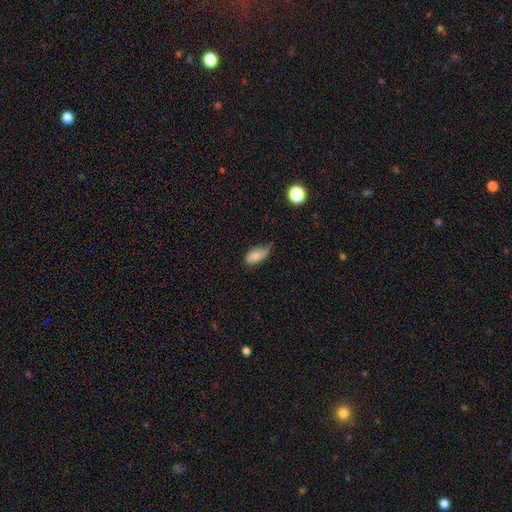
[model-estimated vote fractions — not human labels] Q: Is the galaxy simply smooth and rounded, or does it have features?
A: smooth — 79%.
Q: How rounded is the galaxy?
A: in between — 91%.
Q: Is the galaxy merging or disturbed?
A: minor disturbance — 48%.